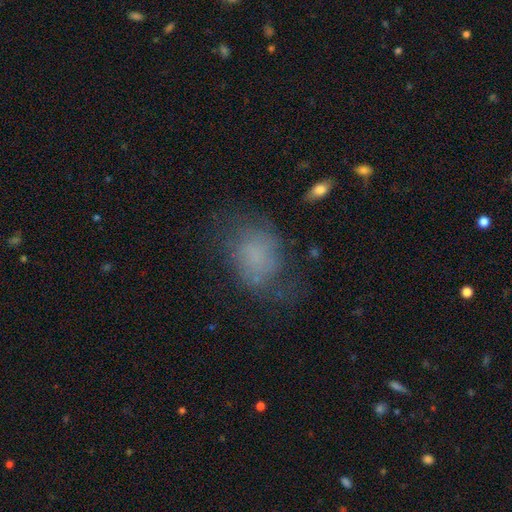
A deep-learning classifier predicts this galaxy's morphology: Smooth or featured? smooth (56%)
How rounded? in between (70%)
Merging? none (52%)